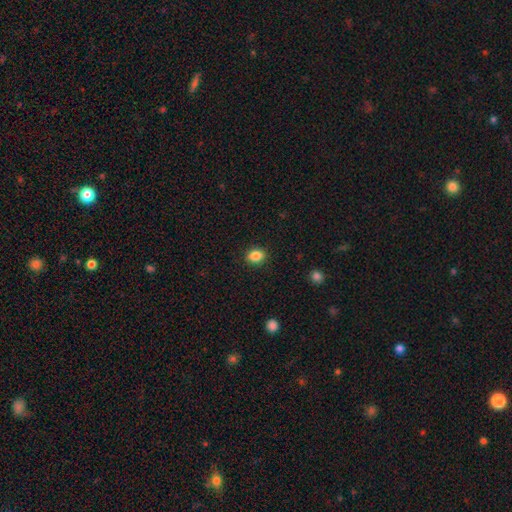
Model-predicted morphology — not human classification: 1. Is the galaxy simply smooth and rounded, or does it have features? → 86% smooth, 9% star or artifact, 4% featured or disk.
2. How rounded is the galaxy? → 57% in between, 42% round, 1% cigar-shaped.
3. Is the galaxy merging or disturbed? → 89% none, 7% minor disturbance, 2% major disturbance, 1% merger.